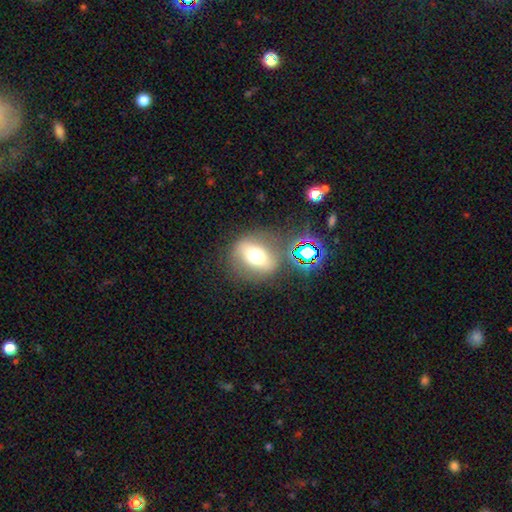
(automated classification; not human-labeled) Smooth or featured?
  - smooth: 54% *
  - featured or disk: 30%
  - star or artifact: 16%
How rounded?
  - in between: 51% *
  - round: 46%
  - cigar-shaped: 3%
Merging?
  - none: 75% *
  - minor disturbance: 13%
  - major disturbance: 6%
  - merger: 6%